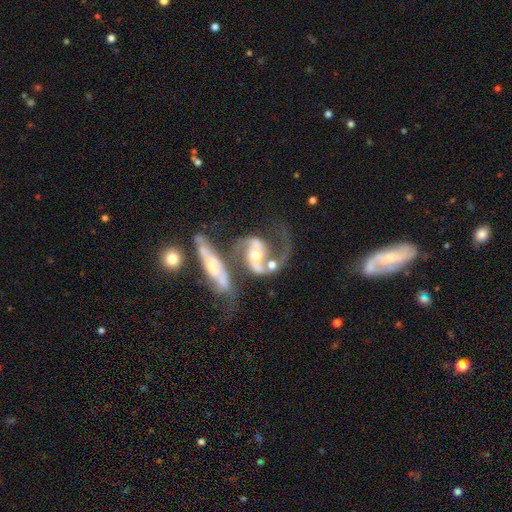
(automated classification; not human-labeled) This is clearly a featured or disk galaxy (85%). It is clearly not viewed edge-on (93%). Bar: marginally no (37%). Spiral arm pattern: clearly yes (93%). Spiral arm count: clearly 2 (83%). Spiral winding: marginally loose (45%). Central bulge: likely moderate (64%). Merging: possibly merger (51%).